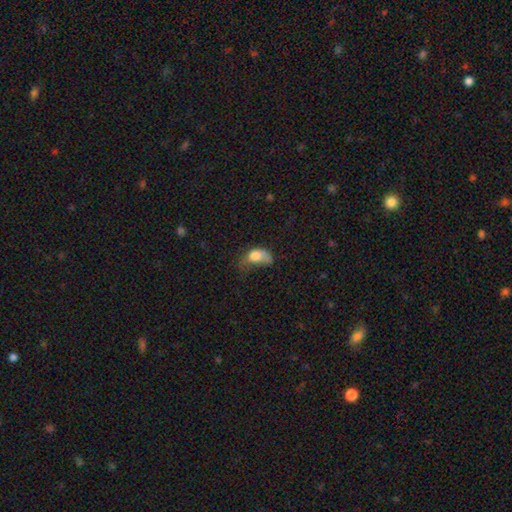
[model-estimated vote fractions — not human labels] Morphology: type=smooth (71%); roundness=in between (80%); merging=major disturbance (47%).